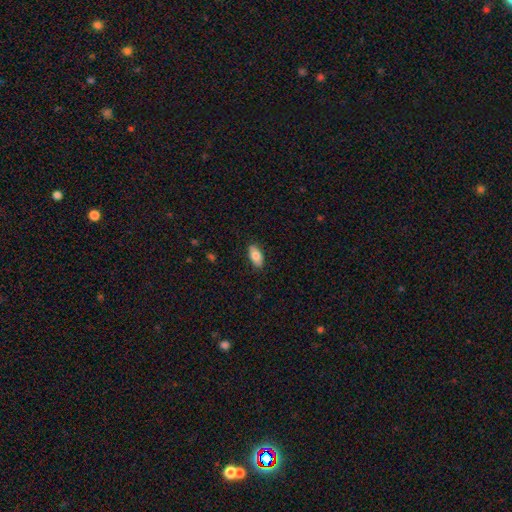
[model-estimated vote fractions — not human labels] Smooth or featured? smooth (82%)
How rounded? in between (91%)
Merging? none (86%)